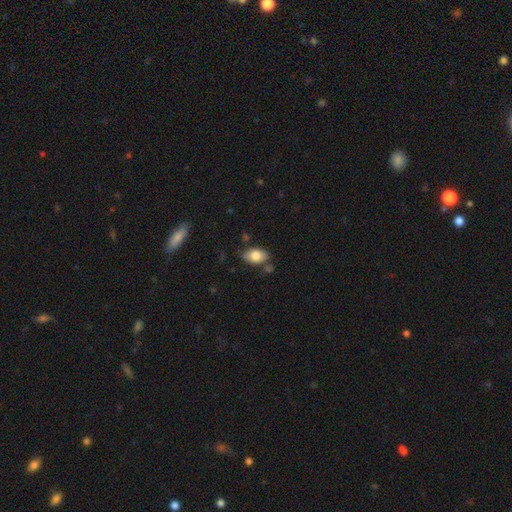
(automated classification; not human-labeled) A smooth galaxy with no disk features (79%) that is in between round and cigar-shaped (90%).

Vote fractions:
- Smooth or featured? smooth: 79% / featured or disk: 14% / star or artifact: 7%
- How rounded? in between: 90% / round: 8% / cigar-shaped: 2%
- Merging? none: 71% / minor disturbance: 19% / merger: 6% / major disturbance: 4%